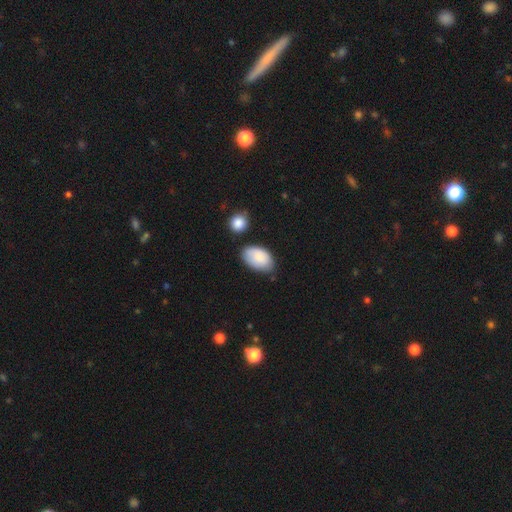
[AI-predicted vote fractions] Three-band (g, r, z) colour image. It shows a smooth galaxy with no disk features (85%) that is in between round and cigar-shaped (94%). Merging: none (65%).